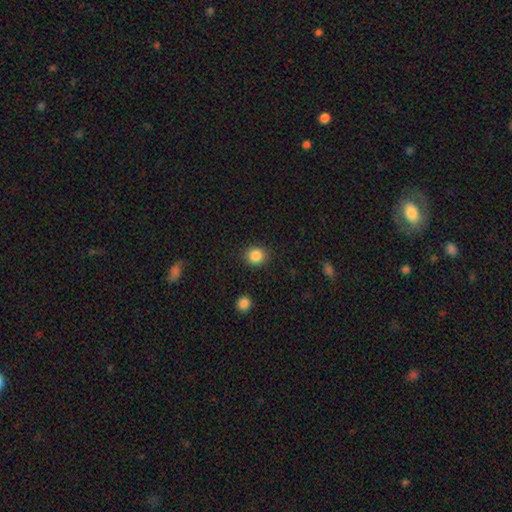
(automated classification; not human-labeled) Q: Smooth or featured?
A: smooth (86%); runner-up: star or artifact (10%)
Q: How rounded?
A: round (85%); runner-up: in between (14%)
Q: Merging?
A: none (89%); runner-up: minor disturbance (7%)